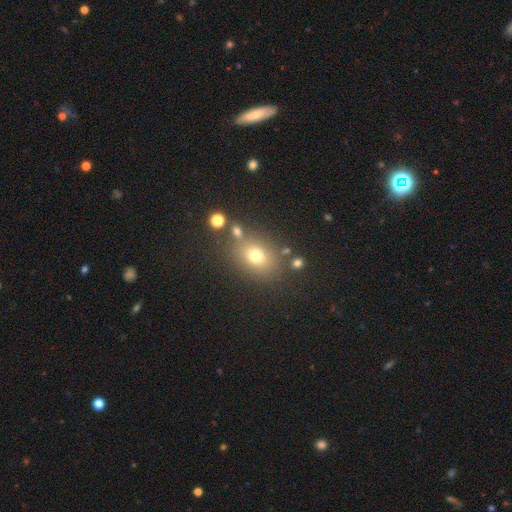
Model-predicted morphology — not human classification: Q: Smooth or featured?
A: smooth (71%); runner-up: star or artifact (17%)
Q: How rounded?
A: round (51%); runner-up: in between (48%)
Q: Merging?
A: none (73%); runner-up: minor disturbance (12%)